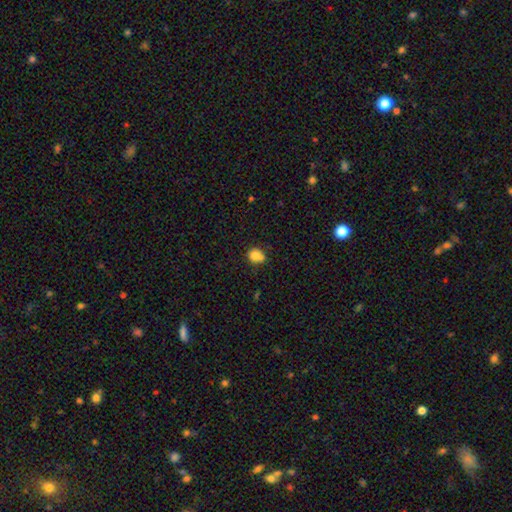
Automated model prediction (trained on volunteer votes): Overall: smooth (81%). How rounded: round (70%). Merging: none (59%; minor disturbance 24%).